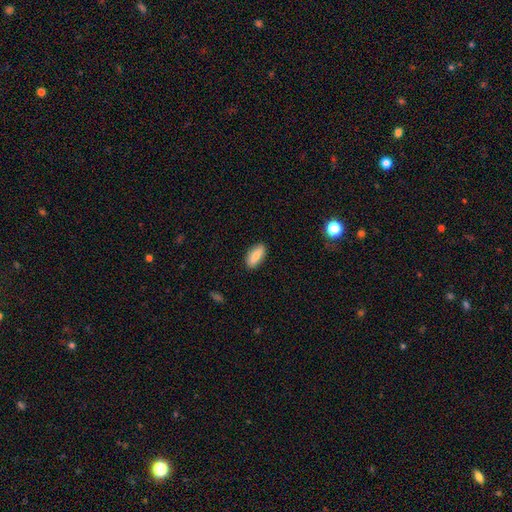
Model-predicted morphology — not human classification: Smooth or featured? Predicted: smooth (p=0.77). How rounded? Predicted: in between (p=0.87). Merging? Predicted: none (p=0.87).